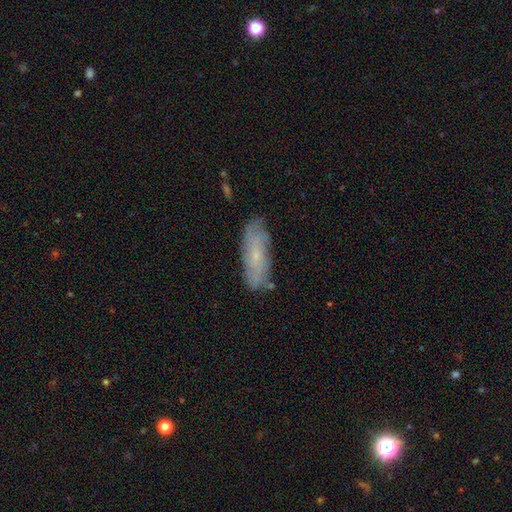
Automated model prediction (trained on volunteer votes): Smooth or featured: featured or disk — 54% (smooth — 38%)
Edge-on disk: no — 79% (yes — 21%)
Merging: none — 78% (minor disturbance — 17%)